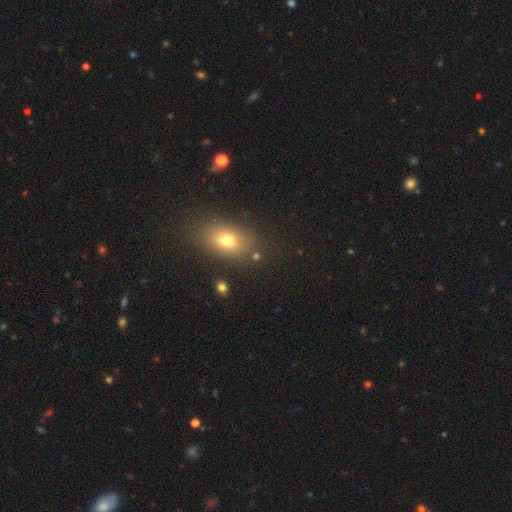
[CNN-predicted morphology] Overall: smooth (68%). How rounded: in between (72%). Merging: none (82%).